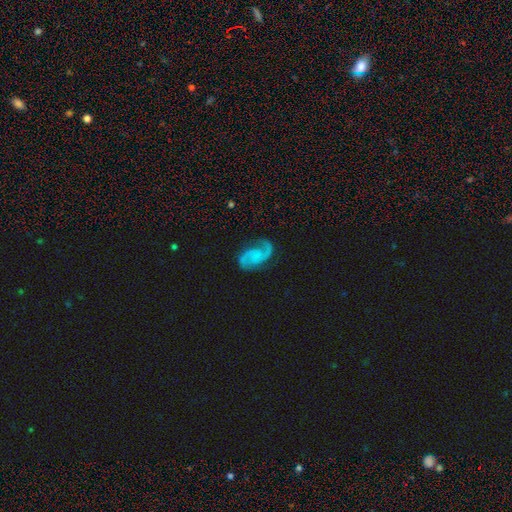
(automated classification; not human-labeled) Overall: featured or disk (84%). Edge-on disk: no (98%). Bar: no (60%; weak 32%). Spiral arms: yes (97%). Spiral arm count: 2 (91%). Spiral winding: medium (48%; loose 38%). Bulge size: none (63%). Merging: none (74%).